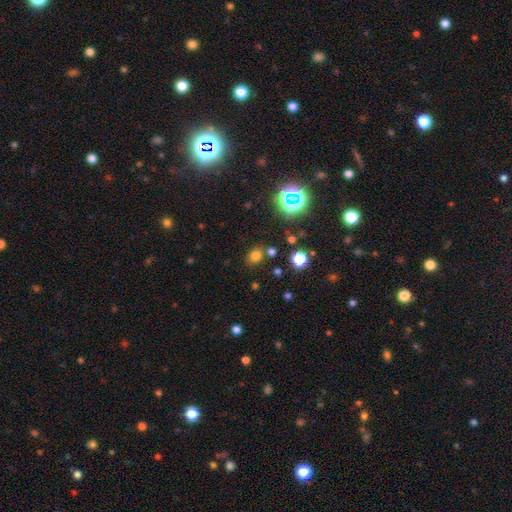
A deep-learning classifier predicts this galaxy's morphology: Q: Smooth or featured?
A: smooth (68%); runner-up: star or artifact (25%)
Q: How rounded?
A: round (61%); runner-up: in between (38%)
Q: Merging?
A: none (77%); runner-up: minor disturbance (10%)